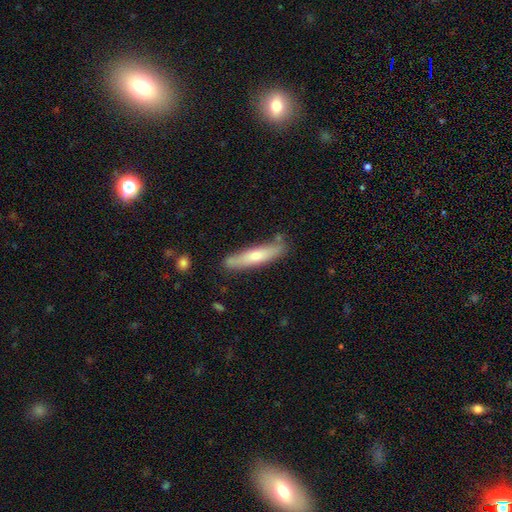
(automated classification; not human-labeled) Overall: smooth (58%; featured or disk 37%). How rounded: cigar-shaped (84%). Merging: none (79%).